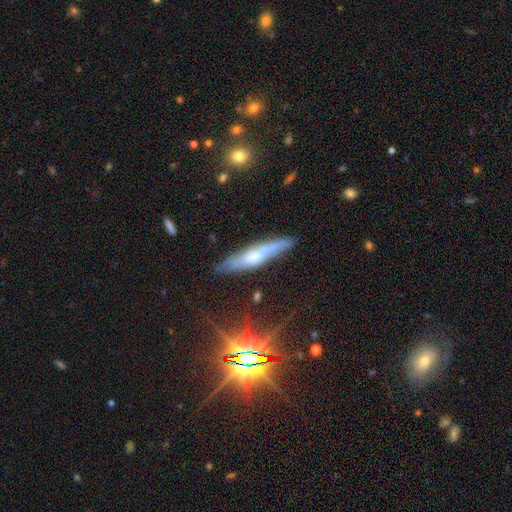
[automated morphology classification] featured or disk 50%, smooth 40%, star or artifact 10%. Down the decision tree: edge-on disk — yes (73%); merging — none (68%).